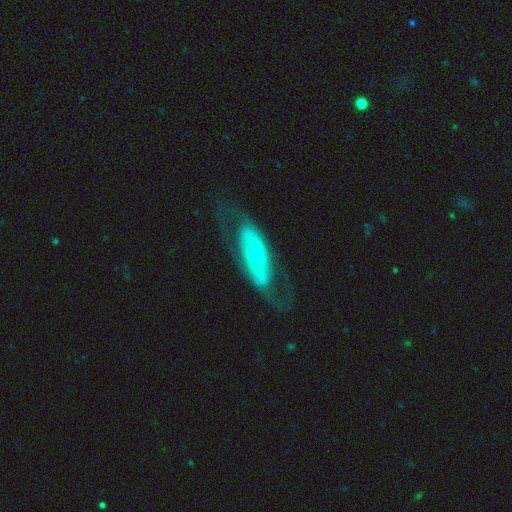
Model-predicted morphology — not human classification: A featured or disk galaxy (72%) with no bar (69%), spiral arms (52%) and a small central bulge (59%).

Vote fractions:
- Smooth or featured? featured or disk: 72% / smooth: 22% / star or artifact: 6%
- Edge-on disk? no: 83% / yes: 17%
- Bar? no: 69% / weak: 19% / strong: 12%
- Spiral arms? yes: 52% / no: 48%
- Bulge size? small: 59% / moderate: 36% / large: 3% / none: 1% / dominant: 1%
- Merging? none: 65% / major disturbance: 17% / minor disturbance: 16% / merger: 2%